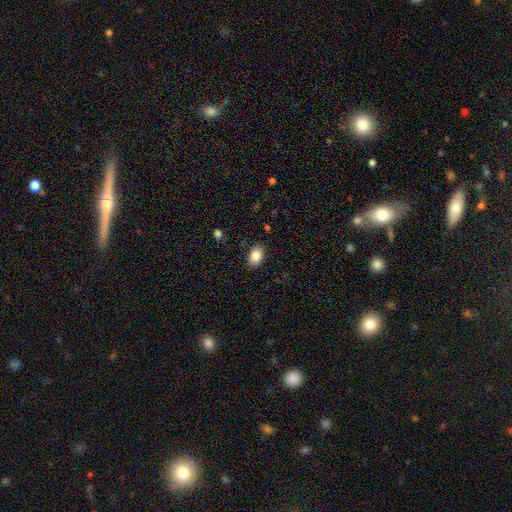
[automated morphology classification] type=smooth (87%); roundness=in between (85%); merging=none (87%).